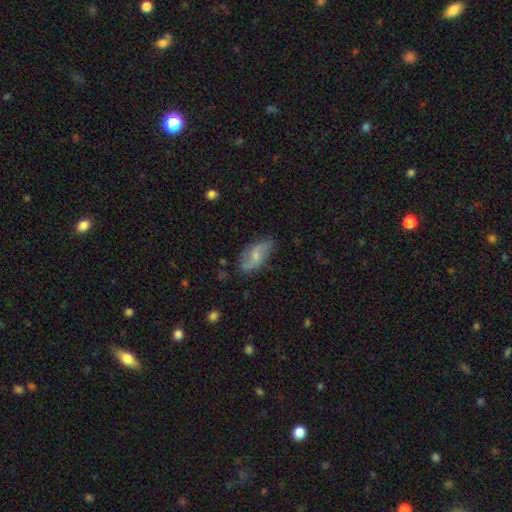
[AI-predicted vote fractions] Q: Smooth or featured?
A: featured or disk (50%); runner-up: smooth (43%)
Q: Edge-on disk?
A: no (91%); runner-up: yes (9%)
Q: Merging?
A: none (73%); runner-up: minor disturbance (20%)